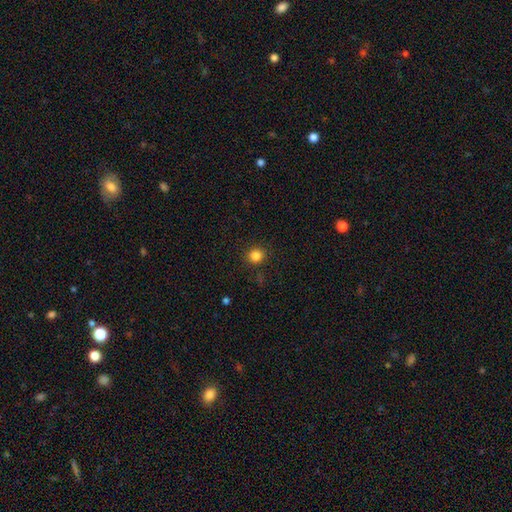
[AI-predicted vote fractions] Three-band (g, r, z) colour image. It shows a smooth galaxy with no disk features (83%) that is round (90%). Merging: none (89%).